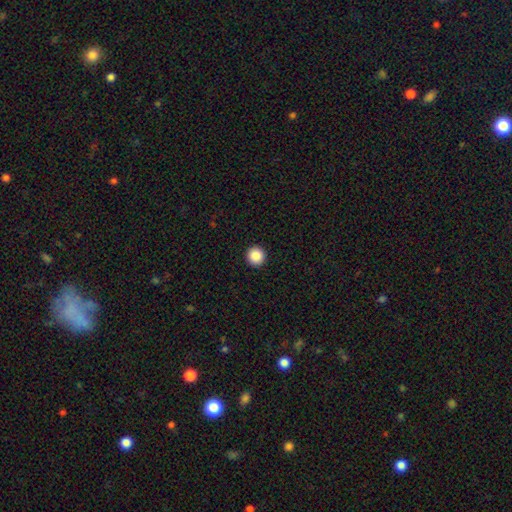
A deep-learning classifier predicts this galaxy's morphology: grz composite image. It shows a smooth galaxy with no disk features (88%) that is round (96%). Merging: none (94%).